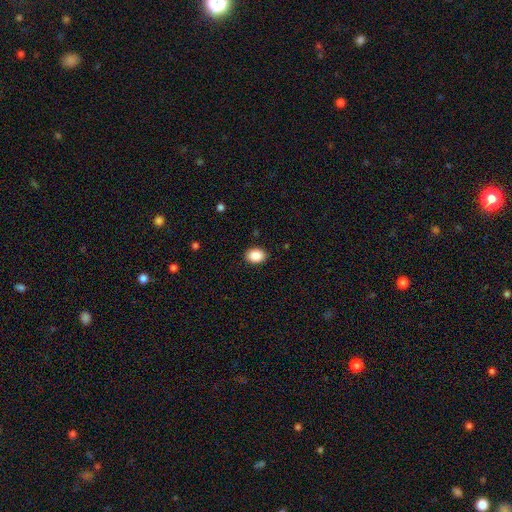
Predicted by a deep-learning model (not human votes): A smooth galaxy with no disk features (89%) that is in between round and cigar-shaped (64%).

Vote fractions:
- Smooth or featured? smooth: 89% / star or artifact: 8% / featured or disk: 3%
- How rounded? in between: 64% / round: 35% / cigar-shaped: 1%
- Merging? none: 90% / minor disturbance: 7% / major disturbance: 2% / merger: 1%